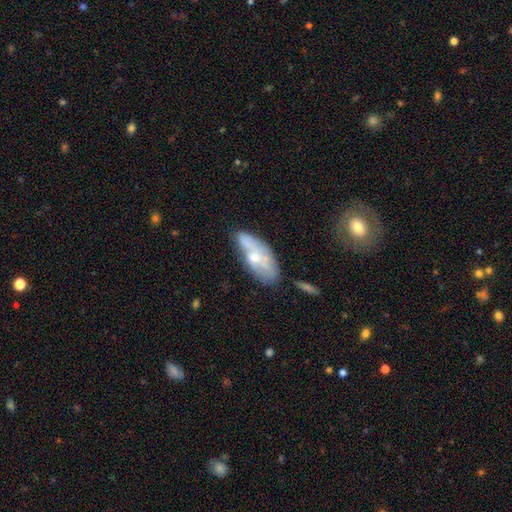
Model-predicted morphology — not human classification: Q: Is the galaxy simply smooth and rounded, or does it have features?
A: featured or disk — 47%.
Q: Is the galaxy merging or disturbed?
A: none — 47%.